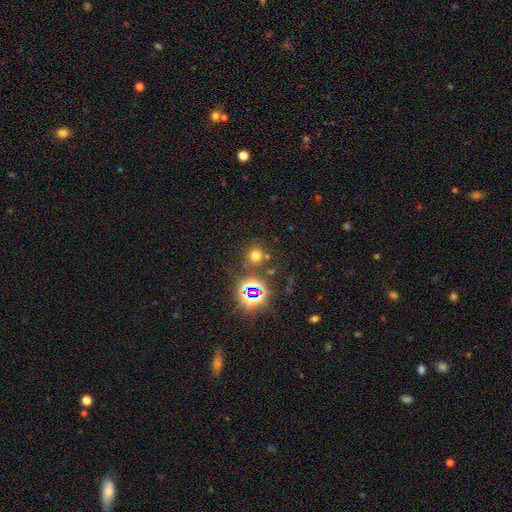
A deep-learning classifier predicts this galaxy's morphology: Smooth or featured? Predicted: smooth (p=0.61). How rounded? Predicted: round (p=0.90). Merging? Predicted: none (p=0.79).